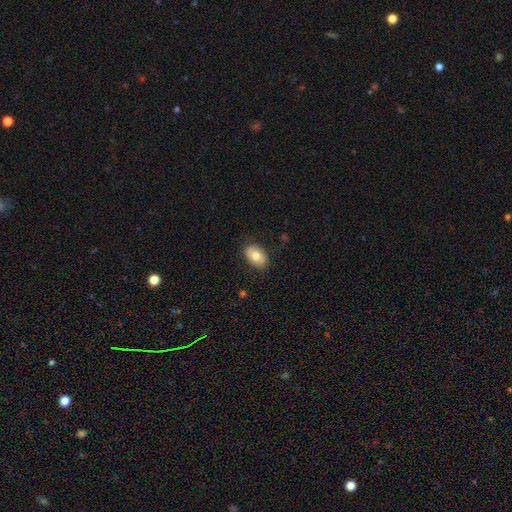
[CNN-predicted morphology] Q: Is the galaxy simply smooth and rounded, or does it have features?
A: smooth — 74%.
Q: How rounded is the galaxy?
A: in between — 86%.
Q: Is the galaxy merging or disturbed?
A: none — 84%.